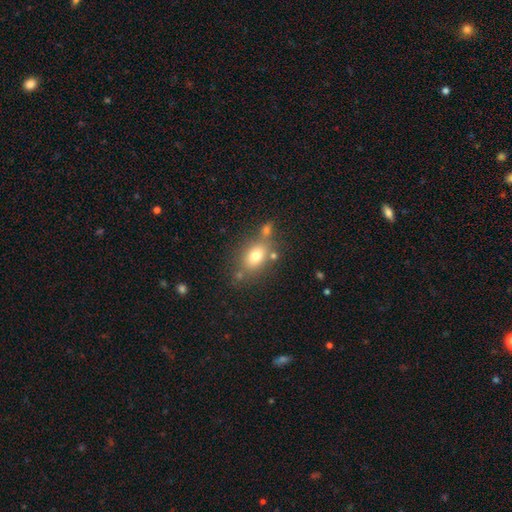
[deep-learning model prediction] The model was most divided on "merging": none: 62%, merger: 17%, minor disturbance: 15%, major disturbance: 6%. More confident: smooth or featured — smooth (75%); how rounded — in between (72%).